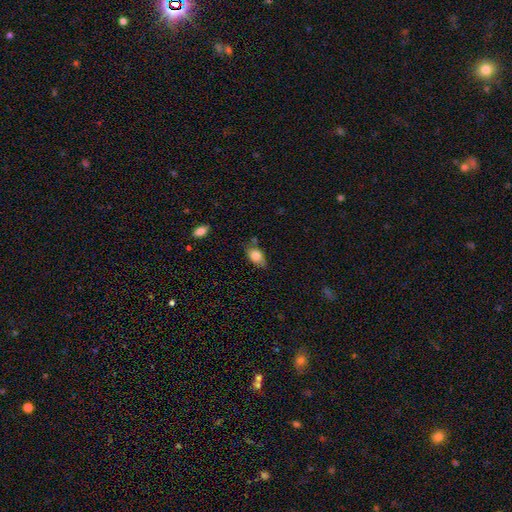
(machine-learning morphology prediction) Overall: smooth (79%). How rounded: in between (85%). Merging: none (62%; minor disturbance 27%).